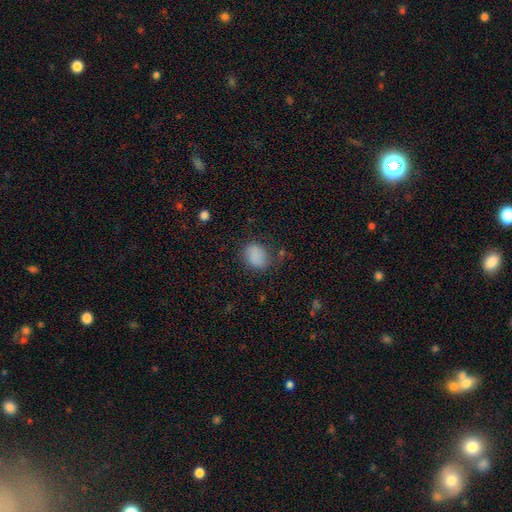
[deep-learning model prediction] Smooth or featured: smooth — 85% (star or artifact — 9%)
How rounded: in between — 57% (round — 41%)
Merging: none — 72% (minor disturbance — 19%)